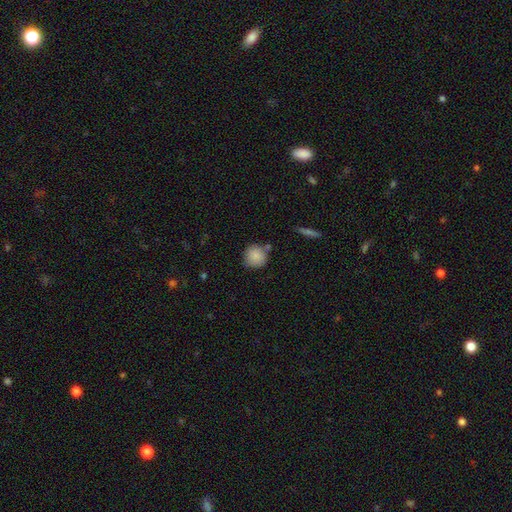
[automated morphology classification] smooth 87%, star or artifact 8%, featured or disk 5%. Down the decision tree: how rounded — round (91%); merging — none (75%).